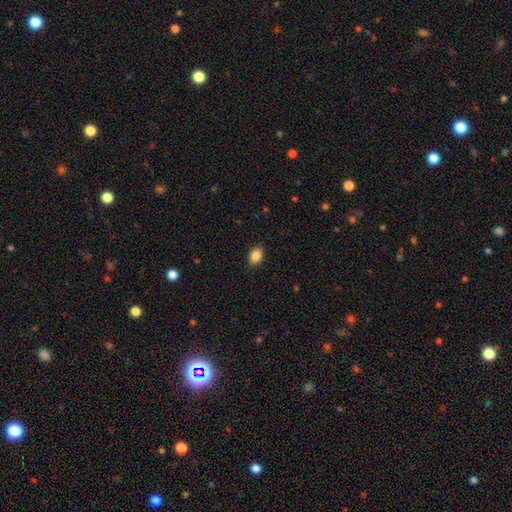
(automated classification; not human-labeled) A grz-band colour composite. It shows a smooth galaxy with no disk features (88%) that is in between round and cigar-shaped (85%). Merging: none (89%).